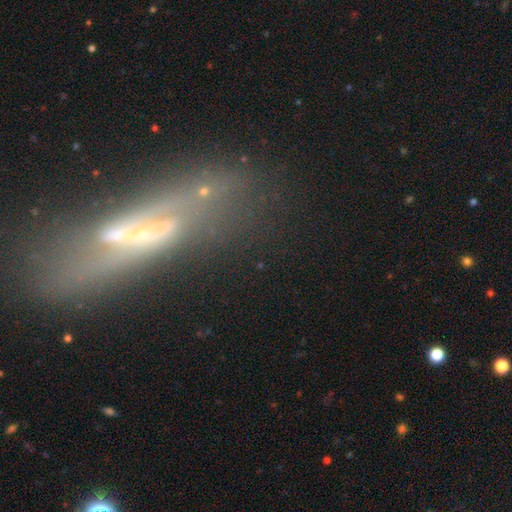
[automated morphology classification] Smooth or featured?
  - featured or disk: 66% *
  - smooth: 21%
  - star or artifact: 13%
Edge-on disk?
  - no: 53% *
  - yes: 47%
Merging?
  - none: 56% *
  - minor disturbance: 20%
  - major disturbance: 17%
  - merger: 8%